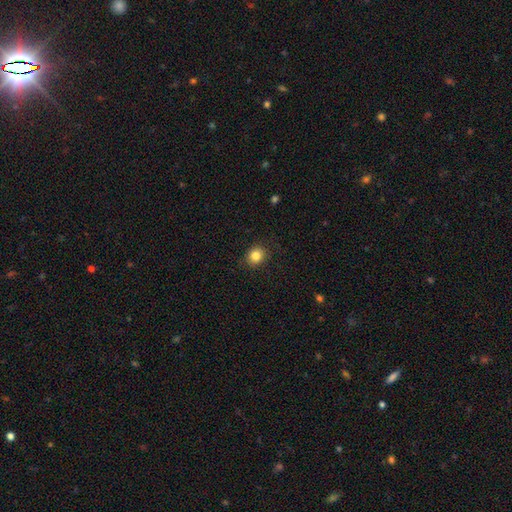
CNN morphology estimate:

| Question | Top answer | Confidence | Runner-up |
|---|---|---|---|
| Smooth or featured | smooth | 84% | star or artifact (11%) |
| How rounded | round | 74% | in between (25%) |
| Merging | none | 87% | minor disturbance (9%) |